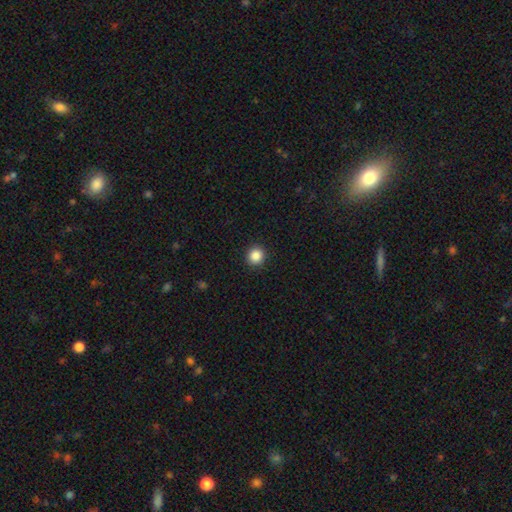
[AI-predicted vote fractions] smooth-or-featured: smooth: 87% | star or artifact: 10% | featured or disk: 3%
  how-rounded: round: 91% | in between: 8% | cigar-shaped: 1%
  merging: none: 92% | minor disturbance: 5% | major disturbance: 2% | merger: 1%